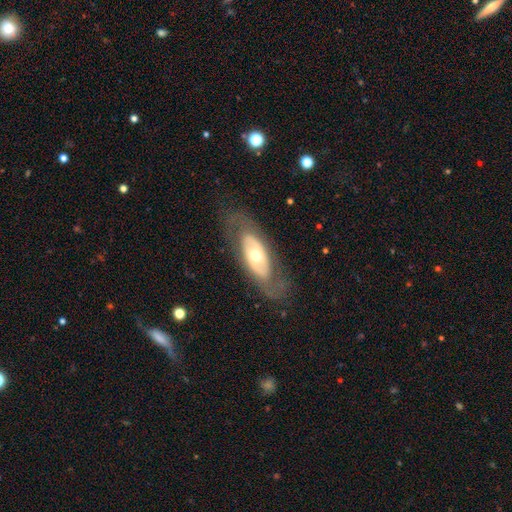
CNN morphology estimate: A featured or disk galaxy (65%) with no bar (83%), no spiral arms (65%) and a moderate central bulge (66%).

Vote fractions:
- Smooth or featured? featured or disk: 65% / smooth: 29% / star or artifact: 5%
- Edge-on disk? no: 85% / yes: 15%
- Bar? no: 83% / weak: 12% / strong: 6%
- Spiral arms? no: 65% / yes: 35%
- Bulge size? moderate: 66% / small: 25% / large: 7% / dominant: 1% / none: 1%
- Merging? none: 72% / minor disturbance: 15% / major disturbance: 12% / merger: 1%